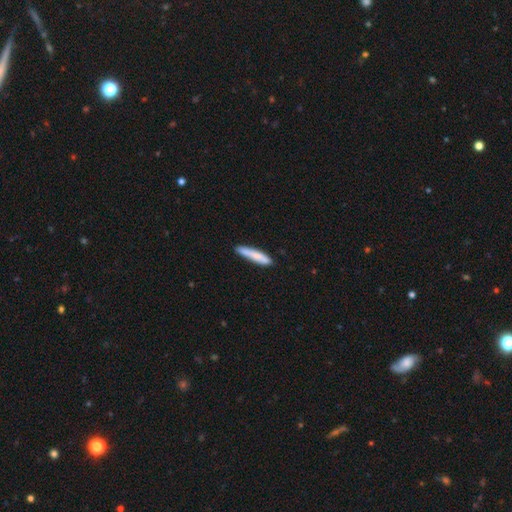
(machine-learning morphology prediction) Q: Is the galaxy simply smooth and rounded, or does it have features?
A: smooth — 79%.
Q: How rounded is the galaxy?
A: cigar-shaped — 91%.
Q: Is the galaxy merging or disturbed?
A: none — 81%.